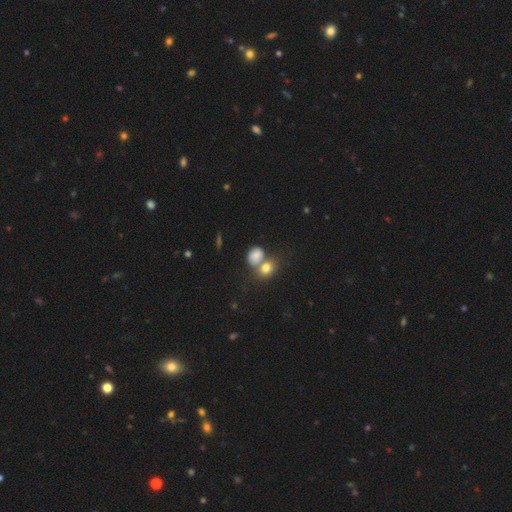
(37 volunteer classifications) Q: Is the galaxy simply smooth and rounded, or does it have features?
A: smooth — 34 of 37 (92%).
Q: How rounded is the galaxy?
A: round — 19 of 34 (56%).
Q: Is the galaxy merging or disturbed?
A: none — 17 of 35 (49%).